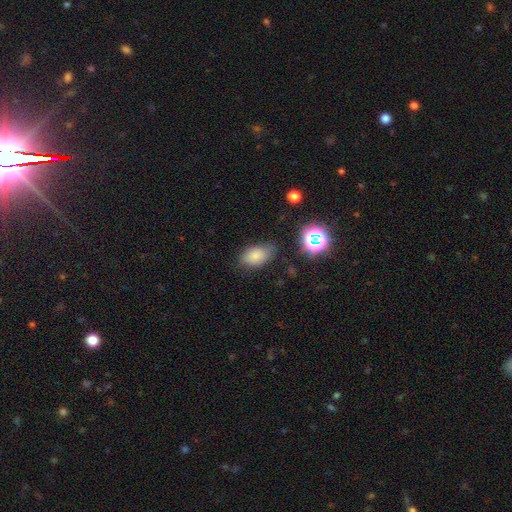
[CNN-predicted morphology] Q: Smooth or featured?
A: smooth (76%); runner-up: star or artifact (14%)
Q: How rounded?
A: in between (87%); runner-up: round (11%)
Q: Merging?
A: none (65%); runner-up: minor disturbance (25%)